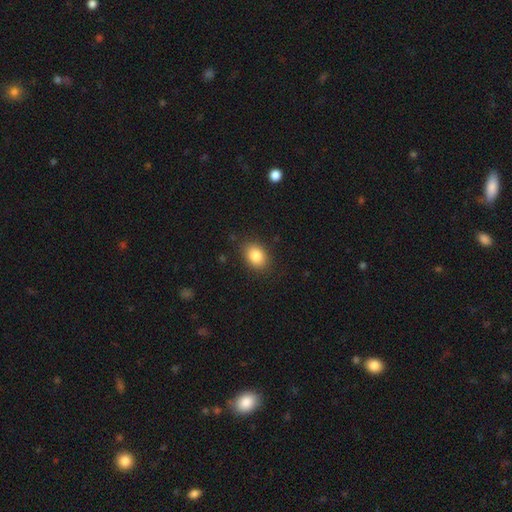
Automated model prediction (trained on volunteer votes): Smooth or featured: smooth — 84% (star or artifact — 9%)
How rounded: in between — 69% (round — 30%)
Merging: none — 85% (minor disturbance — 11%)